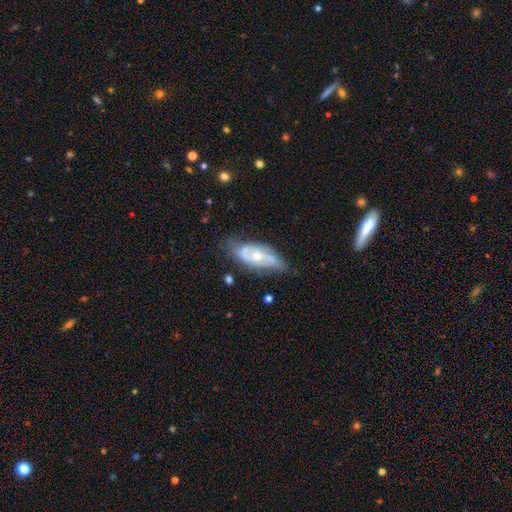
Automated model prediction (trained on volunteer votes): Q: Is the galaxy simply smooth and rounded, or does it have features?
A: featured or disk — 70%.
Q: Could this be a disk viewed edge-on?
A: no — 87%.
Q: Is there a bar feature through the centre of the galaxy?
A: no — 65%.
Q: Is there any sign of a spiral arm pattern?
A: yes — 76%.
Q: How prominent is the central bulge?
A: moderate — 53%.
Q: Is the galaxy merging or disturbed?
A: none — 64%.